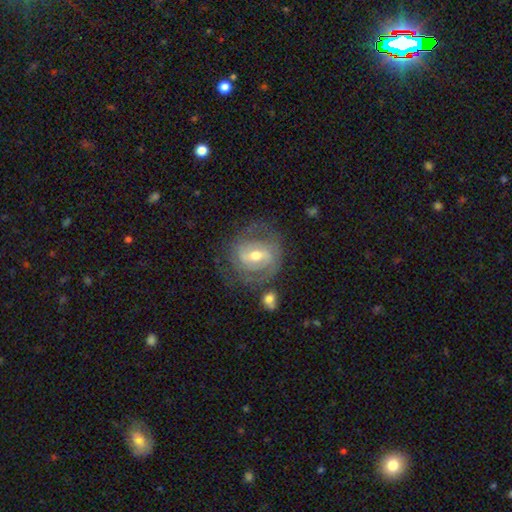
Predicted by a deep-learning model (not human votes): featured or disk 77%, smooth 17%, star or artifact 6%. Down the decision tree: edge-on disk — no (96%); bar — weak (48%); spiral arms — yes (83%); spiral arm count — 2 (63%); spiral winding — tight (46%); bulge size — moderate (70%); merging — none (65%).